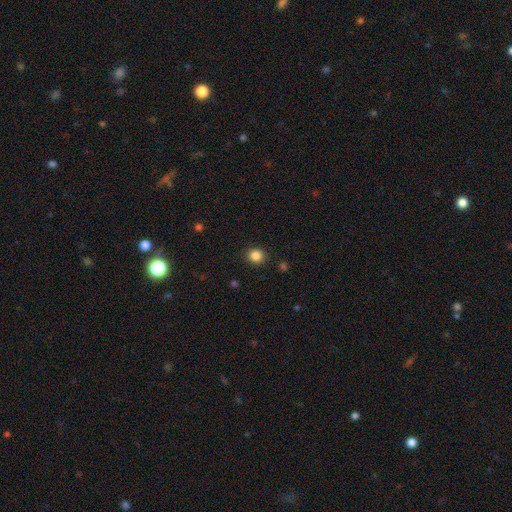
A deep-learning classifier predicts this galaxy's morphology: Smooth or featured?
  - smooth: 85% *
  - star or artifact: 11%
  - featured or disk: 4%
How rounded?
  - round: 82% *
  - in between: 17%
  - cigar-shaped: 1%
Merging?
  - none: 90% *
  - minor disturbance: 6%
  - major disturbance: 2%
  - merger: 1%